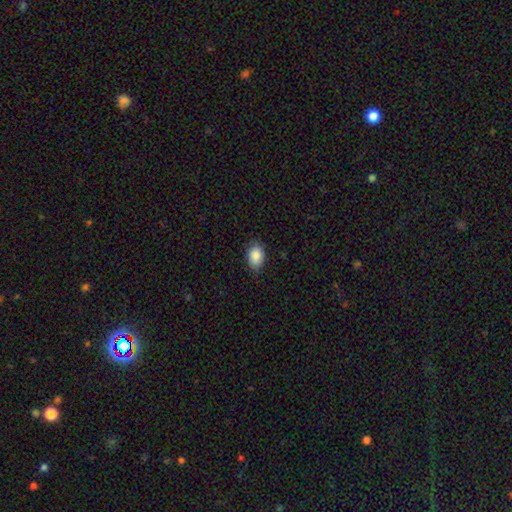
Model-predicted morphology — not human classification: A smooth galaxy with no disk features (88%) that is in between round and cigar-shaped (80%).

Vote fractions:
- Smooth or featured? smooth: 88% / star or artifact: 7% / featured or disk: 5%
- How rounded? in between: 80% / round: 19% / cigar-shaped: 1%
- Merging? none: 81% / minor disturbance: 16% / major disturbance: 3% / merger: 1%